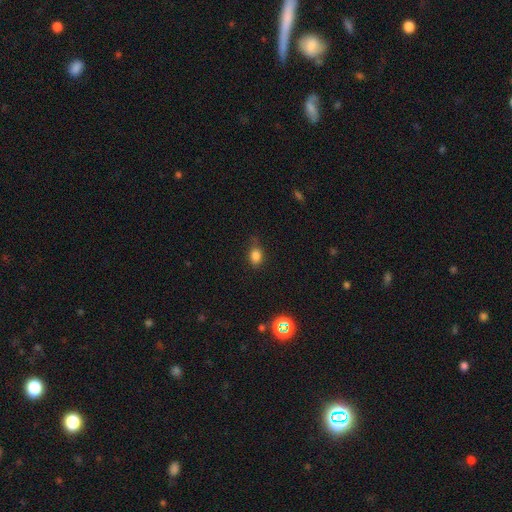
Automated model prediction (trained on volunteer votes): This is clearly a smooth galaxy (83%). How rounded: likely in between (68%). Merging: likely none (71%).